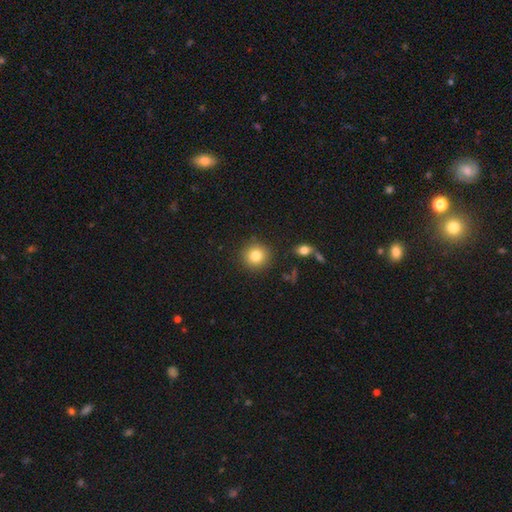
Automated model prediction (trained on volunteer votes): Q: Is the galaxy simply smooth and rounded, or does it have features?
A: smooth — 81%.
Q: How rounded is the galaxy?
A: round — 93%.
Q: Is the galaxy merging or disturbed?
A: none — 88%.